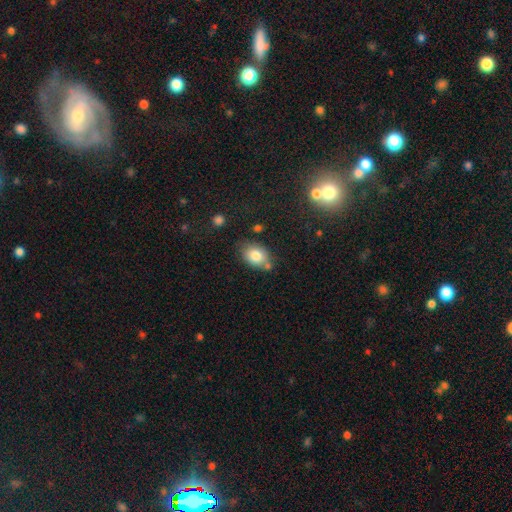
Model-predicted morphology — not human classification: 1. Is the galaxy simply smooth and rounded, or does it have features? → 81% smooth, 11% featured or disk, 8% star or artifact.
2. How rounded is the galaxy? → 76% in between, 23% round, 1% cigar-shaped.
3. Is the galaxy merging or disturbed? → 66% none, 19% minor disturbance, 11% merger, 5% major disturbance.